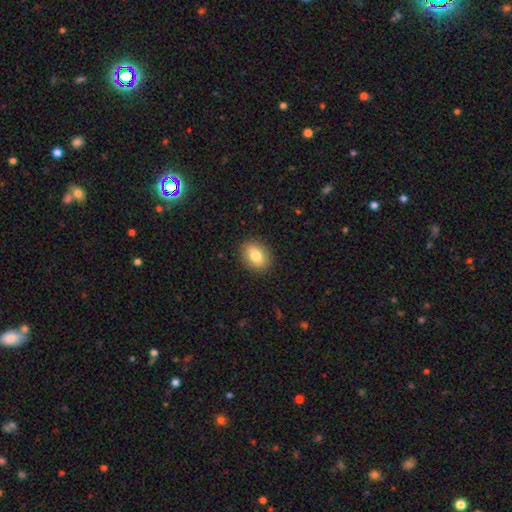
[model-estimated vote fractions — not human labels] Smooth or featured? Predicted: smooth (p=0.80). How rounded? Predicted: in between (p=0.70). Merging? Predicted: none (p=0.90).